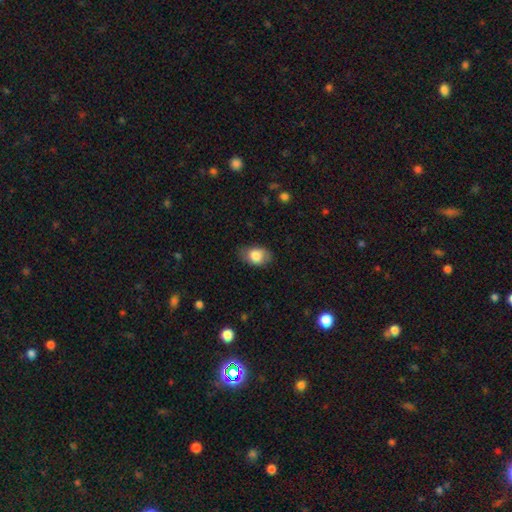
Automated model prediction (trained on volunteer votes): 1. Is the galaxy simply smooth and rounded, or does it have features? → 81% smooth, 12% featured or disk, 7% star or artifact.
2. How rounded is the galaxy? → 84% in between, 15% round, 1% cigar-shaped.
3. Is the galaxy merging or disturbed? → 75% none, 19% minor disturbance, 5% major disturbance, 1% merger.